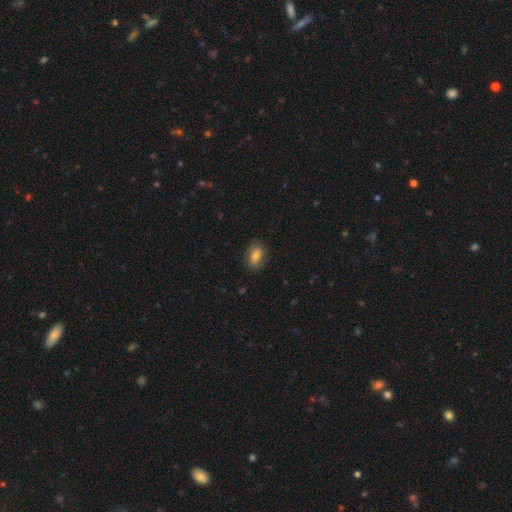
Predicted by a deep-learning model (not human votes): smooth-or-featured: smooth: 76% | featured or disk: 15% | star or artifact: 9%
  how-rounded: in between: 82% | round: 15% | cigar-shaped: 3%
  merging: none: 80% | minor disturbance: 15% | major disturbance: 4% | merger: 1%